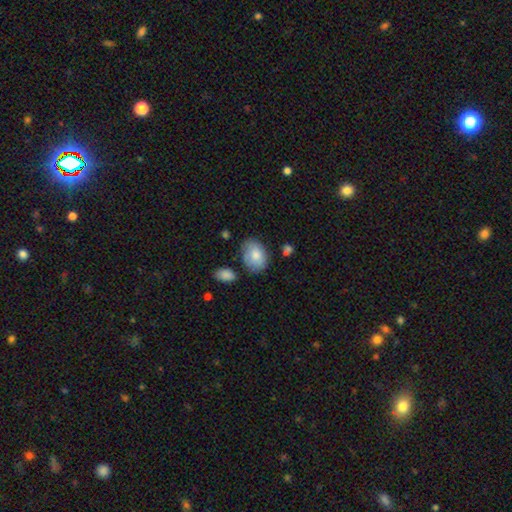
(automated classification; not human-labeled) Q: Smooth or featured?
A: smooth (78%); runner-up: featured or disk (15%)
Q: How rounded?
A: in between (78%); runner-up: round (21%)
Q: Merging?
A: none (68%); runner-up: minor disturbance (22%)